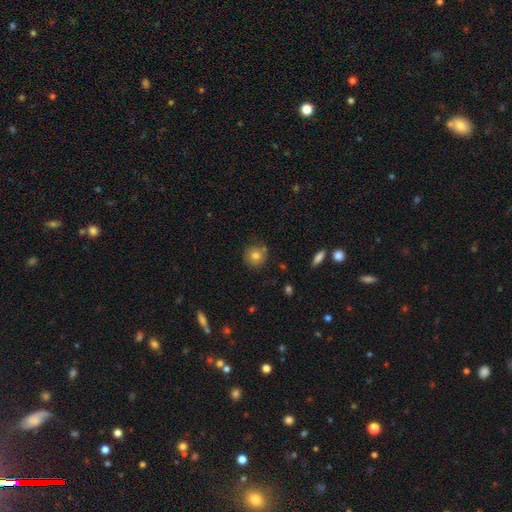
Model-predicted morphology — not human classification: A smooth galaxy with no disk features (75%) that is round (92%). Merging: none (81%).